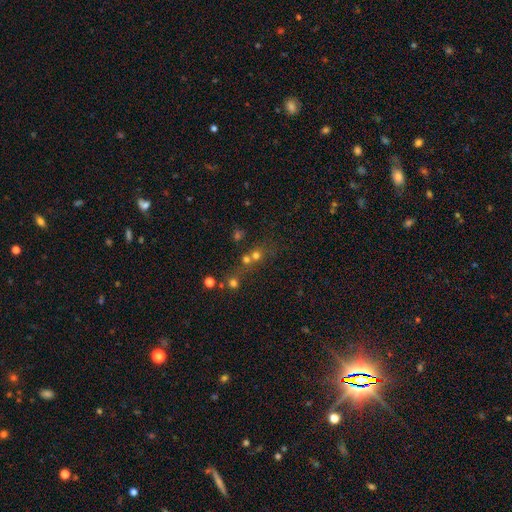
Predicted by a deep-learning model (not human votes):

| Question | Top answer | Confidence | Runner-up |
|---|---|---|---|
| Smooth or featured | smooth | 60% | star or artifact (26%) |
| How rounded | round | 85% | in between (13%) |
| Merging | merger | 45% | none (44%) |